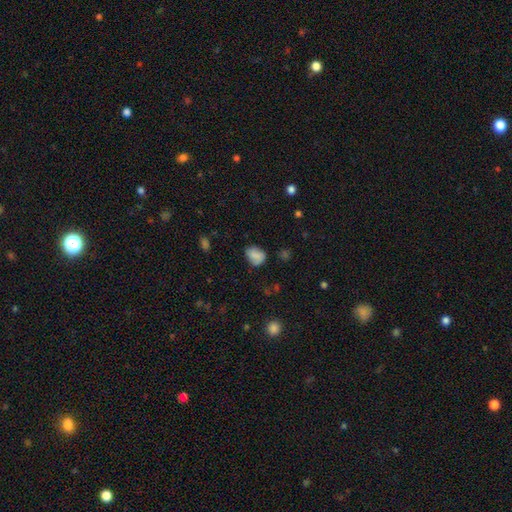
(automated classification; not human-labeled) smooth_or_featured: smooth (p=0.80) [alt: star or artifact p=0.10]
how_rounded: in between (p=0.64) [alt: round p=0.35]
merging: none (p=0.63) [alt: minor disturbance p=0.27]